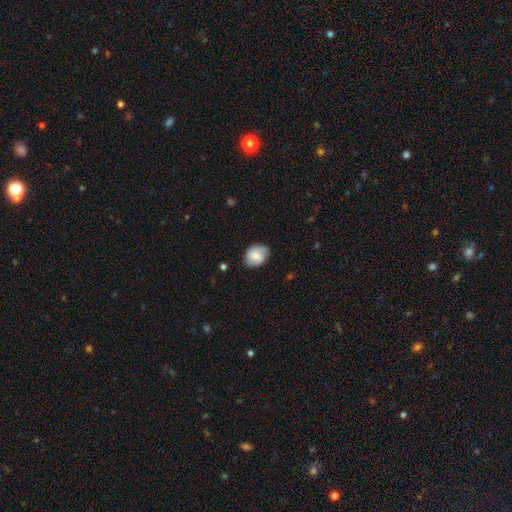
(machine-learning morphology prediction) This is likely a smooth galaxy (69%). How rounded: possibly in between (54%). Merging: likely none (69%).